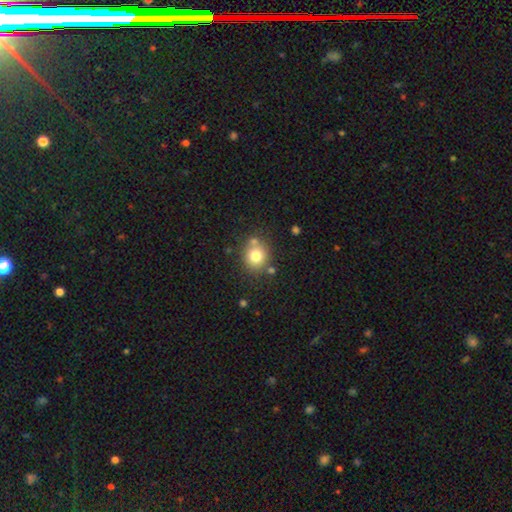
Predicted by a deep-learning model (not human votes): A smooth galaxy with no disk features (77%) that is round (79%).

Vote fractions:
- Smooth or featured? smooth: 77% / featured or disk: 12% / star or artifact: 12%
- How rounded? round: 79% / in between: 20% / cigar-shaped: 1%
- Merging? none: 72% / merger: 12% / minor disturbance: 12% / major disturbance: 4%